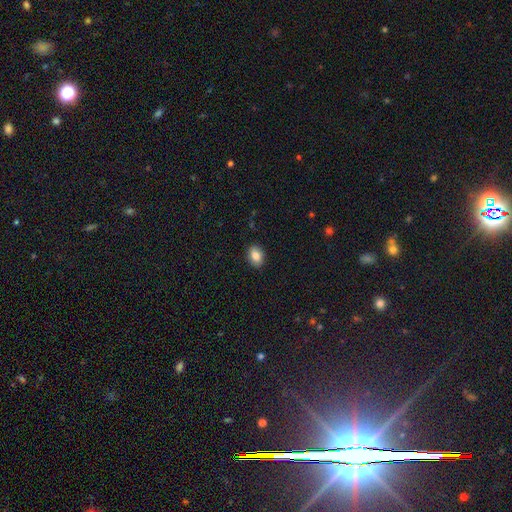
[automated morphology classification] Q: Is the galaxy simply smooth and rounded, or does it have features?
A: smooth — 83%.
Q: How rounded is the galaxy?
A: in between — 72%.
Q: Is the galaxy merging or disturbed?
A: none — 88%.